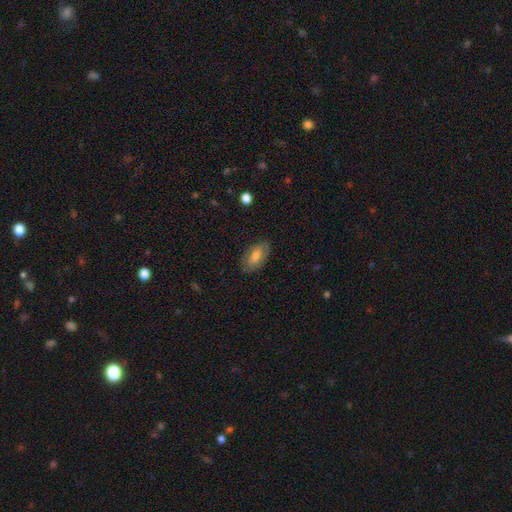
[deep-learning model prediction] smooth-or-featured: smooth: 53% | featured or disk: 39% | star or artifact: 8%
  how-rounded: in between: 90% | round: 5% | cigar-shaped: 4%
  merging: none: 81% | minor disturbance: 14% | major disturbance: 4% | merger: 1%